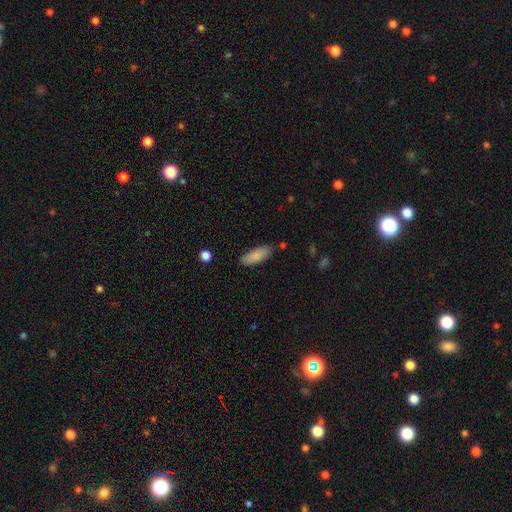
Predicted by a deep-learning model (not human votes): smooth_or_featured: smooth (p=0.86) [alt: featured or disk p=0.07]
how_rounded: in between (p=0.70) [alt: cigar-shaped p=0.29]
merging: none (p=0.82) [alt: minor disturbance p=0.13]